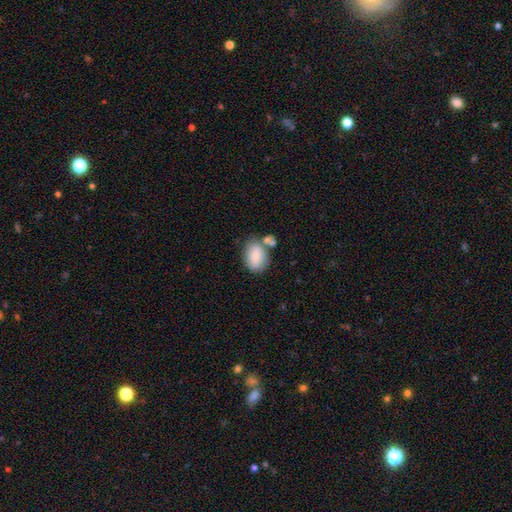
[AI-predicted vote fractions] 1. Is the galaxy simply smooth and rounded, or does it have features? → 80% smooth, 13% featured or disk, 7% star or artifact.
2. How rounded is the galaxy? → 81% in between, 17% round, 1% cigar-shaped.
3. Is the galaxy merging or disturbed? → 52% none, 24% merger, 18% minor disturbance, 6% major disturbance.